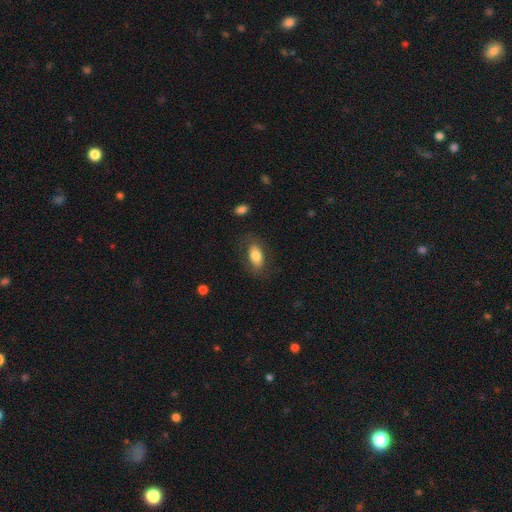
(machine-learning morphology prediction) This is likely a smooth galaxy (77%). How rounded: clearly in between (90%). Merging: likely none (77%).